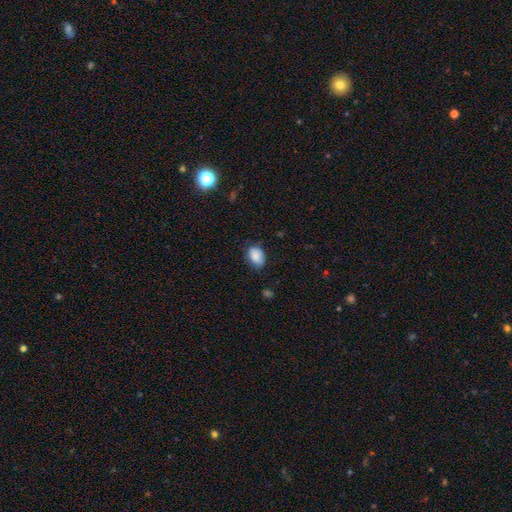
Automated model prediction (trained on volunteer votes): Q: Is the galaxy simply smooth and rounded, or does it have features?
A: smooth — 85%.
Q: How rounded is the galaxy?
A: in between — 84%.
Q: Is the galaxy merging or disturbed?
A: none — 69%.